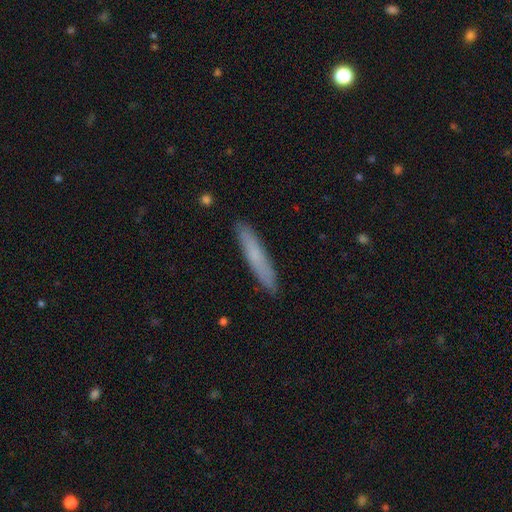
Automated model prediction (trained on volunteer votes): Smooth or featured? Predicted: smooth (p=0.69). How rounded? Predicted: cigar-shaped (p=0.93). Merging? Predicted: none (p=0.90).